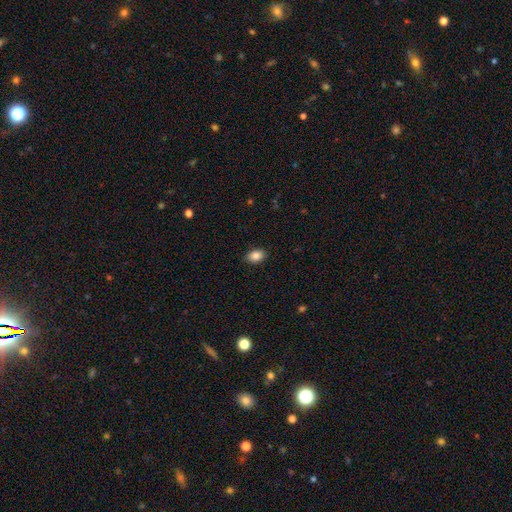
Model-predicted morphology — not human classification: smooth-or-featured: smooth: 86% | star or artifact: 8% | featured or disk: 5%
  how-rounded: in between: 81% | round: 18% | cigar-shaped: 1%
  merging: none: 89% | minor disturbance: 8% | major disturbance: 2% | merger: 1%